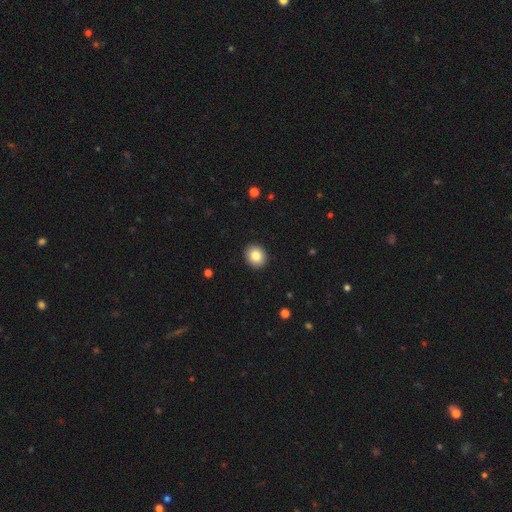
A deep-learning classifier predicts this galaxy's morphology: A smooth galaxy with no disk features (83%) that is round (74%).

Vote fractions:
- Smooth or featured? smooth: 83% / star or artifact: 9% / featured or disk: 8%
- How rounded? round: 74% / in between: 25% / cigar-shaped: 1%
- Merging? none: 92% / minor disturbance: 5% / major disturbance: 2% / merger: 1%